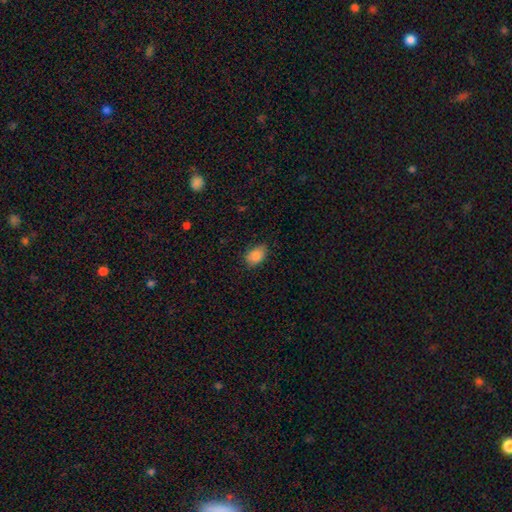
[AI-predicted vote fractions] Smooth or featured?
  - smooth: 88% *
  - star or artifact: 8%
  - featured or disk: 4%
How rounded?
  - in between: 83% *
  - round: 15%
  - cigar-shaped: 1%
Merging?
  - none: 76% *
  - minor disturbance: 20%
  - major disturbance: 4%
  - merger: 1%